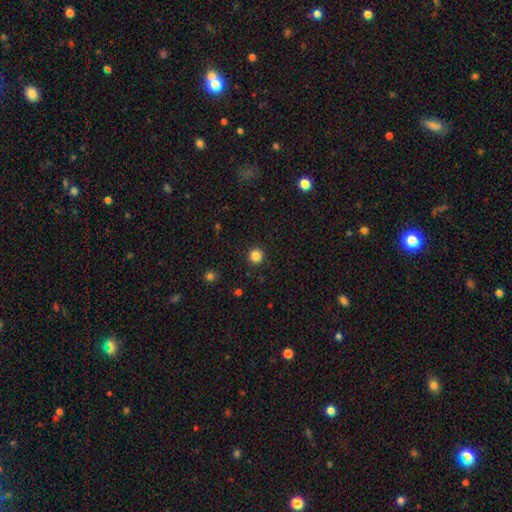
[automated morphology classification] Smooth or featured? Predicted: smooth (p=0.84). How rounded? Predicted: round (p=0.95). Merging? Predicted: none (p=0.93).